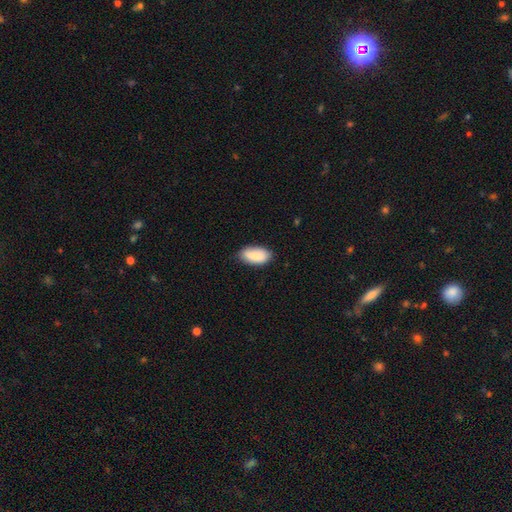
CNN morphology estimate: A smooth galaxy with no disk features (87%) that is in between round and cigar-shaped (93%).

Vote fractions:
- Smooth or featured? smooth: 87% / featured or disk: 7% / star or artifact: 6%
- How rounded? in between: 93% / cigar-shaped: 4% / round: 2%
- Merging? none: 79% / minor disturbance: 17% / major disturbance: 3% / merger: 1%